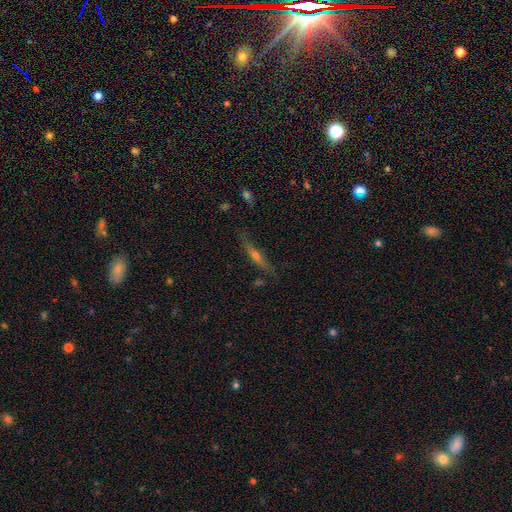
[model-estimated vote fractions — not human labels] A featured or disk galaxy (62%) viewed edge-on (93%) with a rounded central bulge (85%).

Vote fractions:
- Smooth or featured? featured or disk: 62% / smooth: 28% / star or artifact: 10%
- Edge-on disk? yes: 93% / no: 7%
- Edge-on bulge? rounded: 85% / none: 11% / boxy: 4%
- Merging? none: 79% / minor disturbance: 15% / major disturbance: 4% / merger: 2%